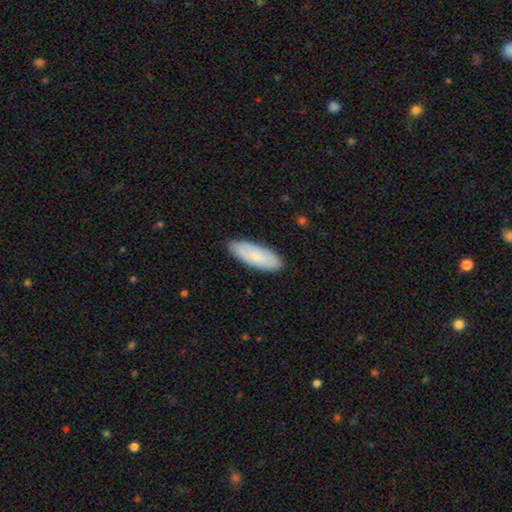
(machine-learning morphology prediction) Smooth or featured: smooth — 78% (featured or disk — 16%)
How rounded: in between — 69% (cigar-shaped — 30%)
Merging: none — 87% (minor disturbance — 11%)